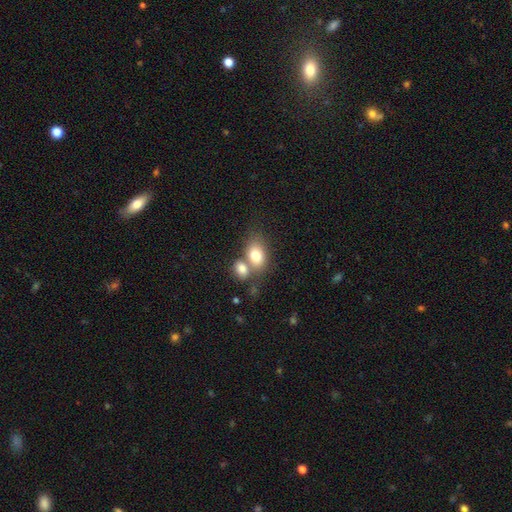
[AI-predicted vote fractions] Smooth or featured: smooth — 77% (featured or disk — 14%)
How rounded: in between — 76% (round — 22%)
Merging: merger — 50% (none — 37%)